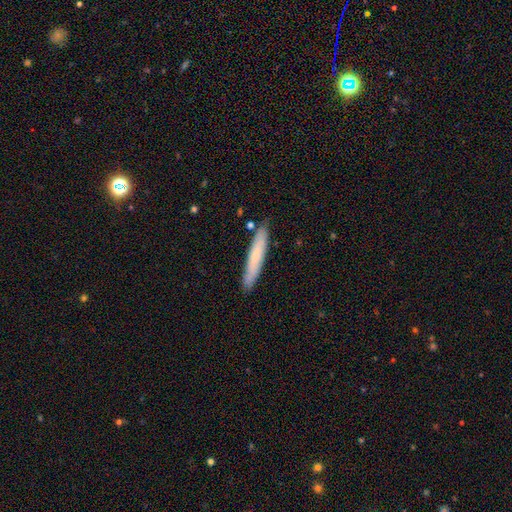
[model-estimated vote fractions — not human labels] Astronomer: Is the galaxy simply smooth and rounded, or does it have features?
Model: smooth — 70%.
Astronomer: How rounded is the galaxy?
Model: cigar-shaped — 93%.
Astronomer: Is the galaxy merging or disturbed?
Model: none — 87%.